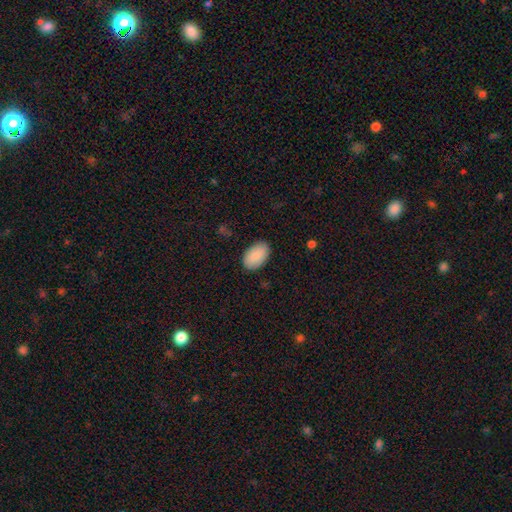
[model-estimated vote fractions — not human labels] Q: Smooth or featured?
A: smooth (90%); runner-up: star or artifact (6%)
Q: How rounded?
A: in between (94%); runner-up: round (5%)
Q: Merging?
A: none (86%); runner-up: minor disturbance (10%)